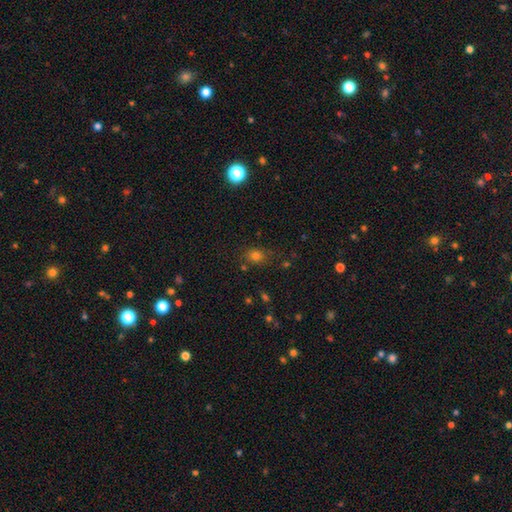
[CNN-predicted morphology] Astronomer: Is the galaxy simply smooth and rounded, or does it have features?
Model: smooth — 70%.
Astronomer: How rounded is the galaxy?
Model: round — 54% (runner-up: in between, 45%).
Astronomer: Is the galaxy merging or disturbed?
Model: none — 74%.